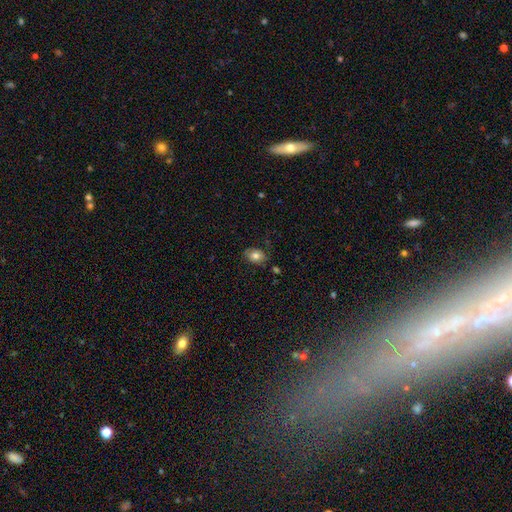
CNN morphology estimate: Overall: smooth (74%). How rounded: in between (75%). Merging: none (72%).